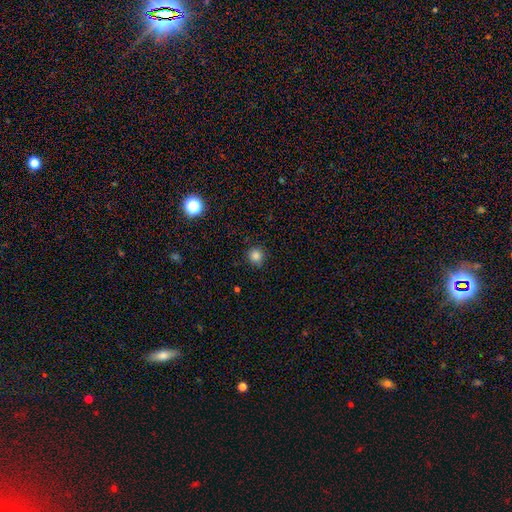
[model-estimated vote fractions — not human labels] This is clearly a smooth galaxy (84%). How rounded: clearly round (92%). Merging: clearly none (88%).